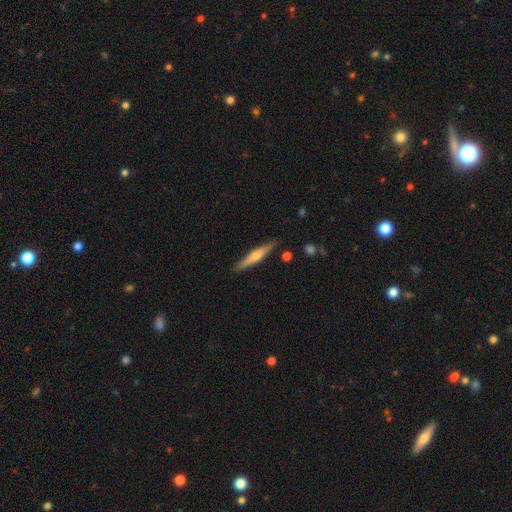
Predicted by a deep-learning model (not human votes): Q: Smooth or featured?
A: featured or disk (53%); runner-up: smooth (41%)
Q: Edge-on disk?
A: yes (96%); runner-up: no (4%)
Q: Edge-on bulge?
A: rounded (75%); runner-up: none (17%)
Q: Merging?
A: none (88%); runner-up: minor disturbance (9%)